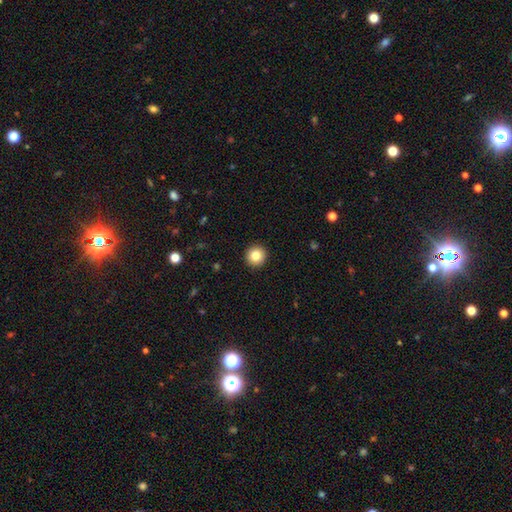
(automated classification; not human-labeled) This appears to be a smooth galaxy with no disk features (83%) that is round (95%). Merging: none (93%).